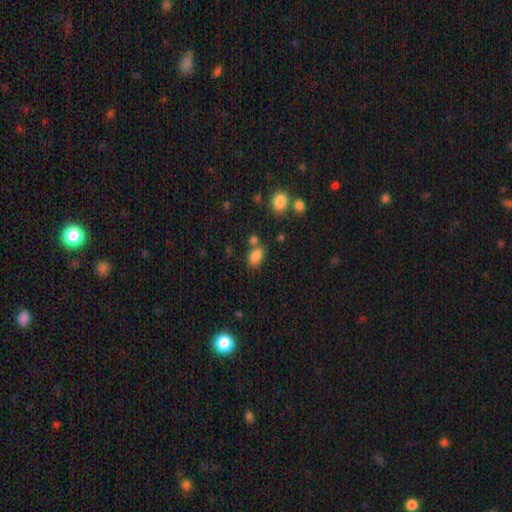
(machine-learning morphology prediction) Smooth or featured?
  - smooth: 84% *
  - star or artifact: 10%
  - featured or disk: 6%
How rounded?
  - in between: 81% *
  - round: 17%
  - cigar-shaped: 2%
Merging?
  - none: 62% *
  - merger: 17%
  - minor disturbance: 16%
  - major disturbance: 5%